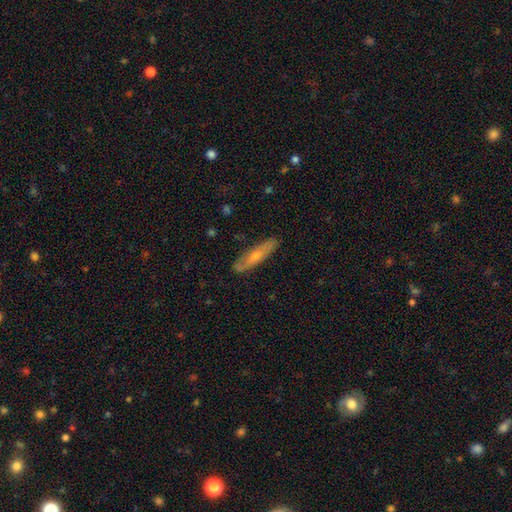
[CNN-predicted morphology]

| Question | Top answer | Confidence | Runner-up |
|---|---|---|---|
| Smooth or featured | smooth | 50% | featured or disk (44%) |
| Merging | none | 85% | minor disturbance (12%) |